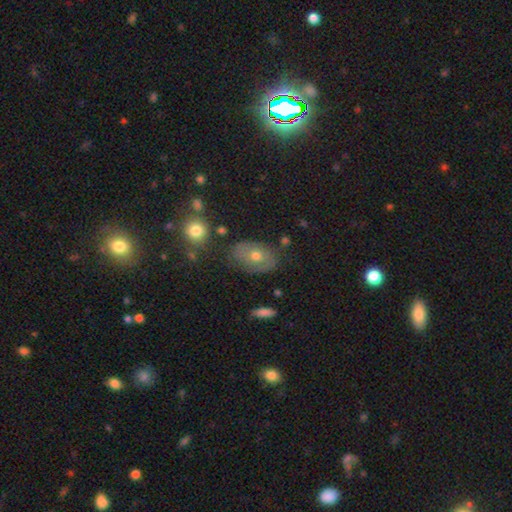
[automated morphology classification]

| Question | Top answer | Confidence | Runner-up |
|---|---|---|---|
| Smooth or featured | smooth | 45% | featured or disk (40%) |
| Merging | none | 73% | minor disturbance (18%) |